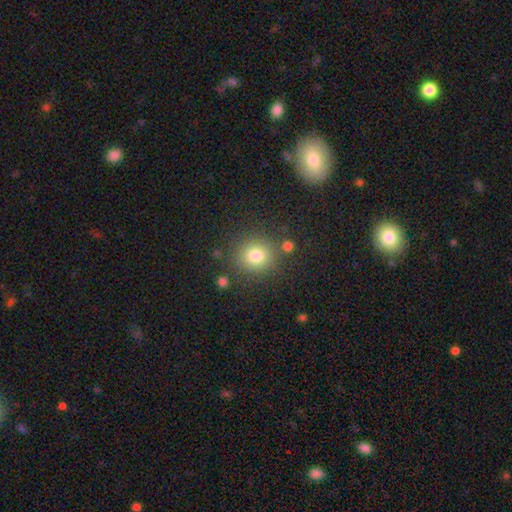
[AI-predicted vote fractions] This is likely a smooth galaxy (79%). How rounded: clearly round (88%). Merging: clearly none (82%).